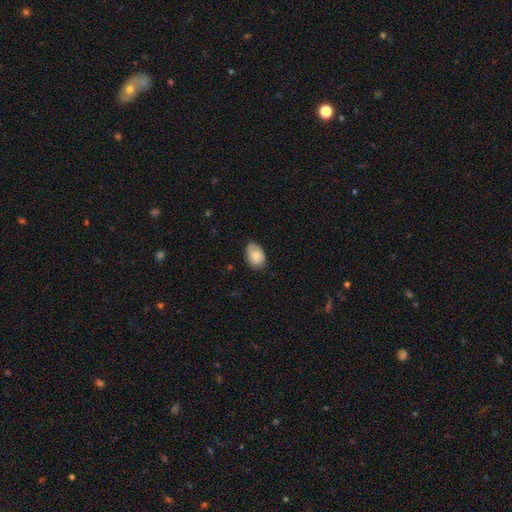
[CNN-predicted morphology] This is clearly a smooth galaxy (81%). How rounded: clearly in between (85%). Merging: likely none (68%).